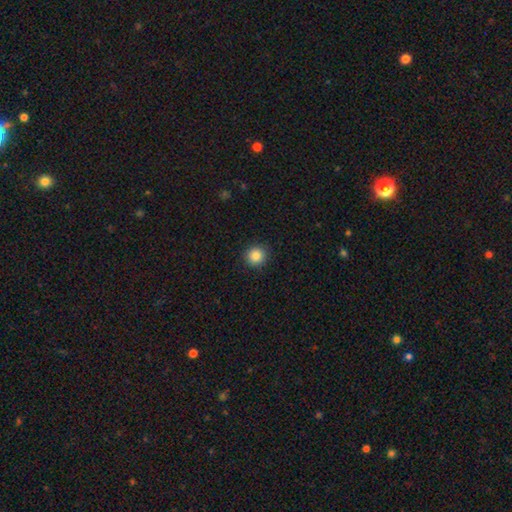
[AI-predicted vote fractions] Overall: smooth (87%). How rounded: round (94%). Merging: none (92%).